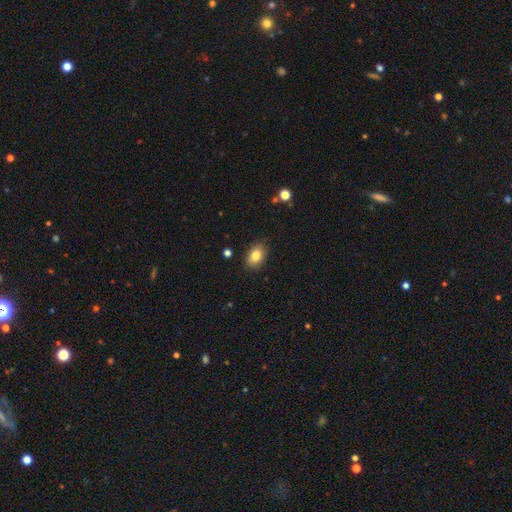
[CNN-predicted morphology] The model was most divided on "how rounded": in between: 84%, round: 15%, cigar-shaped: 1%. More confident: merging — none (86%); smooth or featured — smooth (83%).